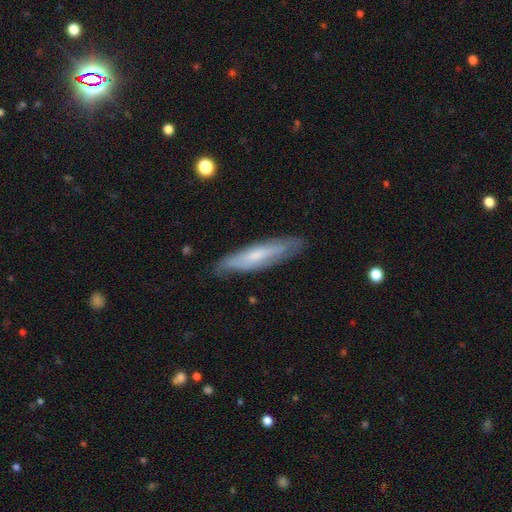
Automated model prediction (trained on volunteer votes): Q: Smooth or featured?
A: smooth (50%); runner-up: featured or disk (44%)
Q: Merging?
A: none (79%); runner-up: minor disturbance (16%)